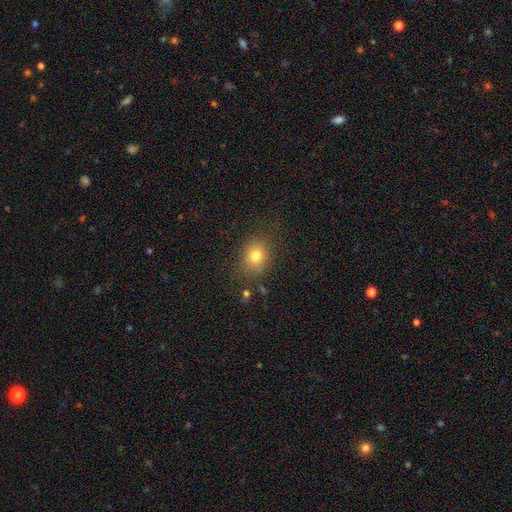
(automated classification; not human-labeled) smooth 77%, star or artifact 14%, featured or disk 9%. Down the decision tree: how rounded — round (62%); merging — none (78%).